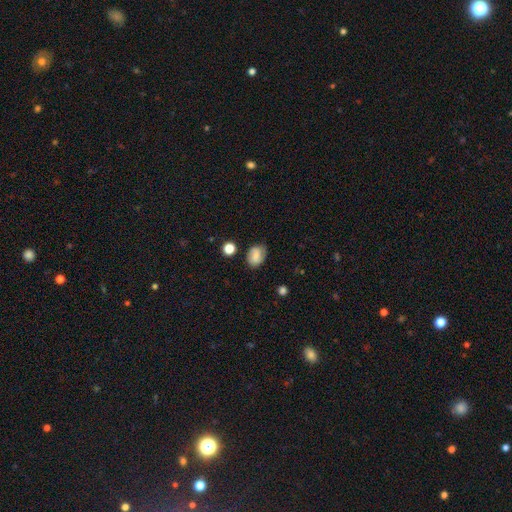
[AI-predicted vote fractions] Smooth or featured? Predicted: smooth (p=0.68). How rounded? Predicted: in between (p=0.65). Merging? Predicted: none (p=0.71).